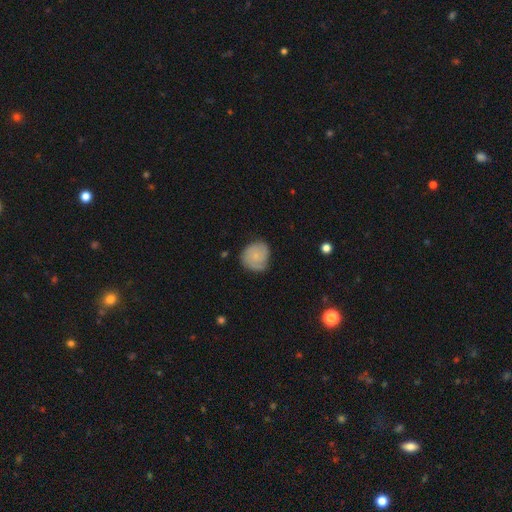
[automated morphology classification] A smooth galaxy with no disk features (51%) that is round (80%).

Vote fractions:
- Smooth or featured? smooth: 51% / featured or disk: 42% / star or artifact: 7%
- How rounded? round: 80% / in between: 19% / cigar-shaped: 1%
- Merging? none: 67% / minor disturbance: 24% / major disturbance: 6% / merger: 2%